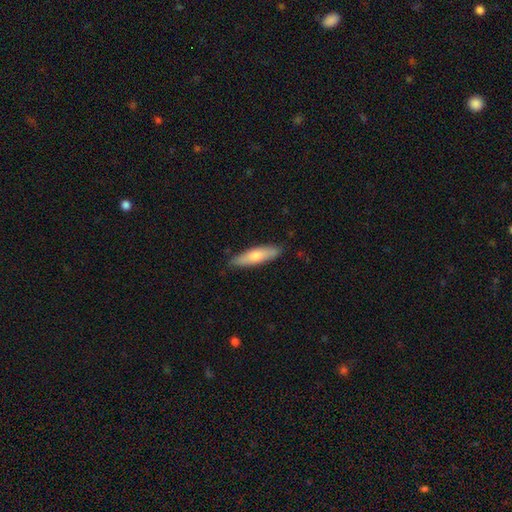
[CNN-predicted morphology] The model was most divided on "how rounded": cigar-shaped: 70%, in between: 29%, round: 2%. More confident: merging — none (85%); smooth or featured — smooth (68%).